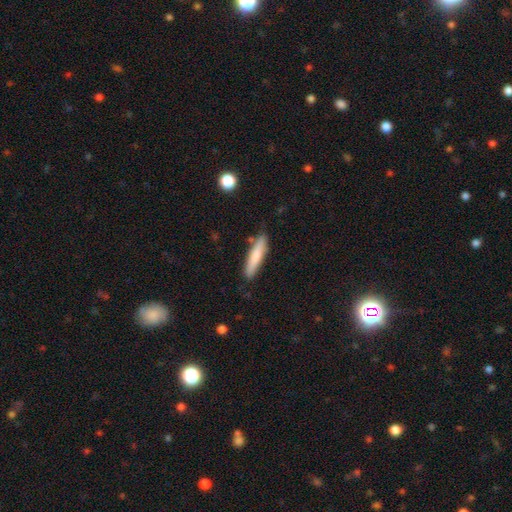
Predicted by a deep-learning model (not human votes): This appears to be a smooth galaxy with no disk features (76%) that is cigar-shaped (86%). Merging: none (83%).